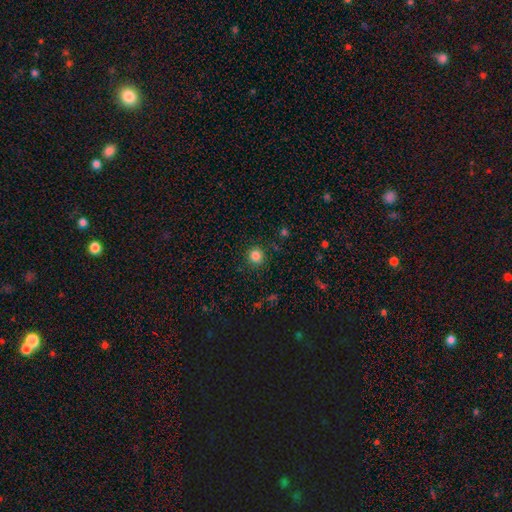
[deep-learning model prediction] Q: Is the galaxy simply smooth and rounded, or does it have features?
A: smooth — 84%.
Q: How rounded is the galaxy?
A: round — 94%.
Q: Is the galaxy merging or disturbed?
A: none — 90%.